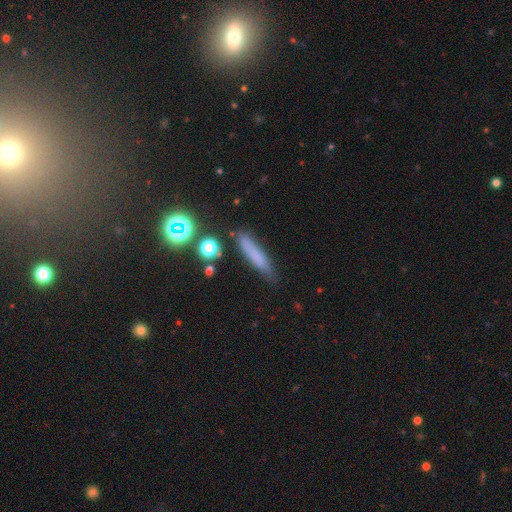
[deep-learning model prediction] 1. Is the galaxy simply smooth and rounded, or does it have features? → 71% smooth, 17% featured or disk, 12% star or artifact.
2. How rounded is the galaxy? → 85% cigar-shaped, 12% in between, 3% round.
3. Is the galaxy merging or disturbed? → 76% none, 16% minor disturbance, 5% major disturbance, 3% merger.